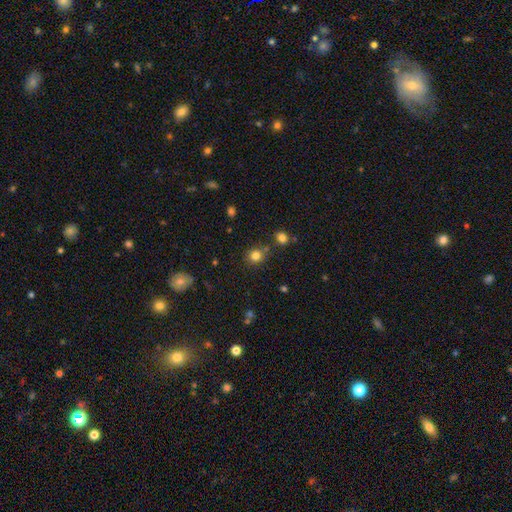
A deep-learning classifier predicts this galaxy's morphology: A smooth galaxy with no disk features (80%) that is round (83%).

Vote fractions:
- Smooth or featured? smooth: 80% / star or artifact: 14% / featured or disk: 6%
- How rounded? round: 83% / in between: 16% / cigar-shaped: 1%
- Merging? none: 76% / minor disturbance: 11% / merger: 10% / major disturbance: 3%